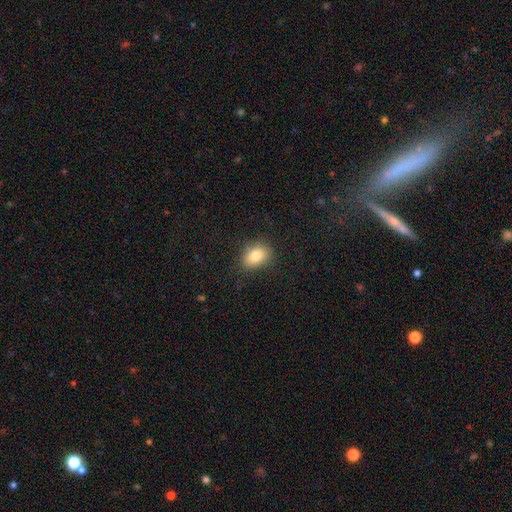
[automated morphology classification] Smooth or featured: smooth — 80% (star or artifact — 10%)
How rounded: in between — 69% (round — 30%)
Merging: none — 82% (minor disturbance — 14%)